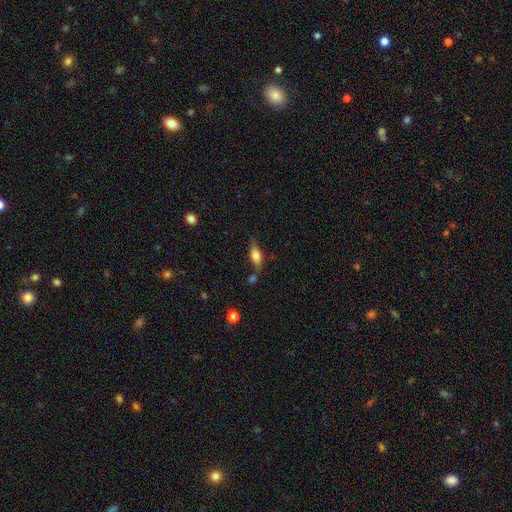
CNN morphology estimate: A smooth galaxy with no disk features (62%) that is in between round and cigar-shaped (69%). Merging: none (62%).